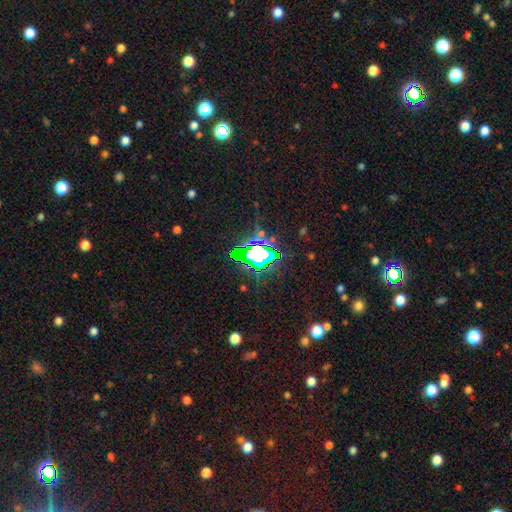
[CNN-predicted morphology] Smooth or featured?
  - star or artifact: 78% *
  - smooth: 12%
  - featured or disk: 9%